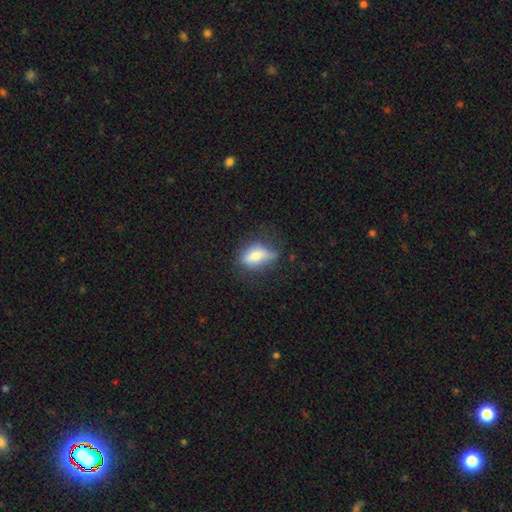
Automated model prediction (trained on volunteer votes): The model was most divided on "merging": none: 54%, minor disturbance: 31%, major disturbance: 13%, merger: 2%. More confident: how rounded — in between (80%); smooth or featured — smooth (68%).